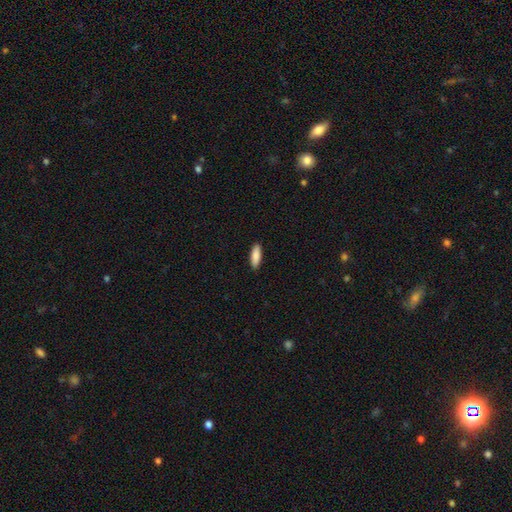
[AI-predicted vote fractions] The model was most divided on "how rounded": in between: 57%, cigar-shaped: 42%, round: 2%. More confident: merging — none (90%); smooth or featured — smooth (88%).